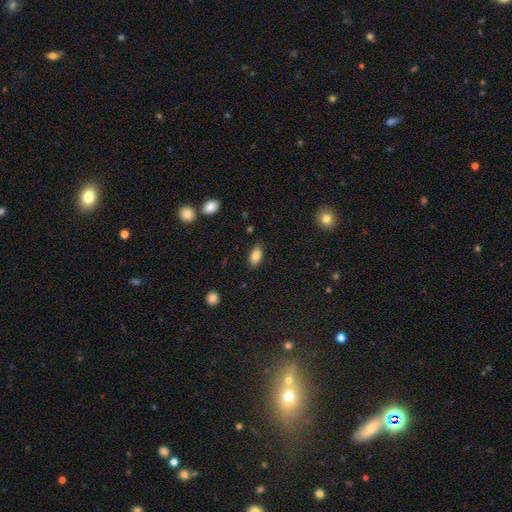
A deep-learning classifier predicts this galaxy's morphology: Smooth or featured: smooth — 84% (star or artifact — 8%)
How rounded: in between — 92% (round — 5%)
Merging: none — 83% (minor disturbance — 13%)